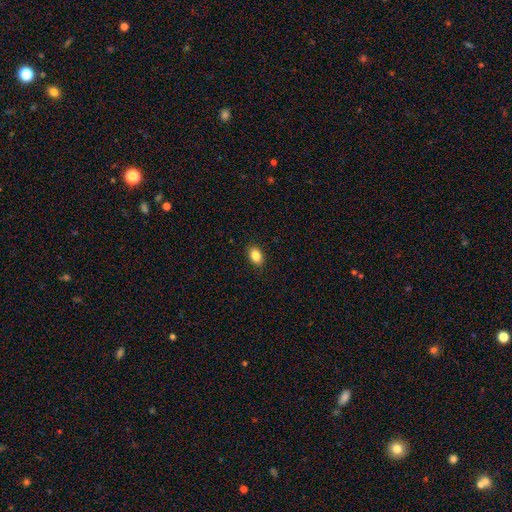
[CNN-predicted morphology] Smooth or featured? Predicted: smooth (p=0.86). How rounded? Predicted: in between (p=0.85). Merging? Predicted: none (p=0.89).